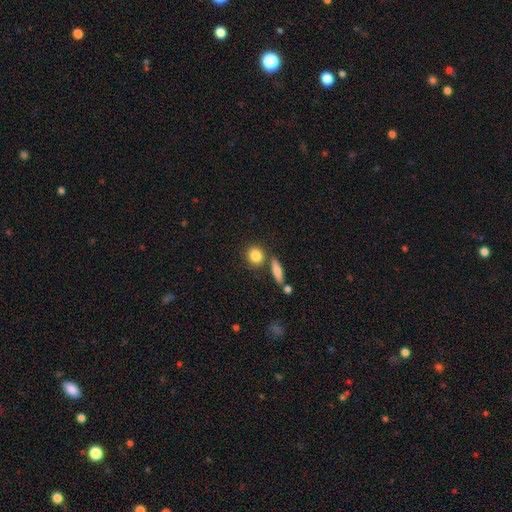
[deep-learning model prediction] A smooth galaxy with no disk features (85%) that is round (75%).

Vote fractions:
- Smooth or featured? smooth: 85% / featured or disk: 8% / star or artifact: 8%
- How rounded? round: 75% / in between: 22% / cigar-shaped: 4%
- Merging? none: 71% / merger: 16% / minor disturbance: 10% / major disturbance: 3%